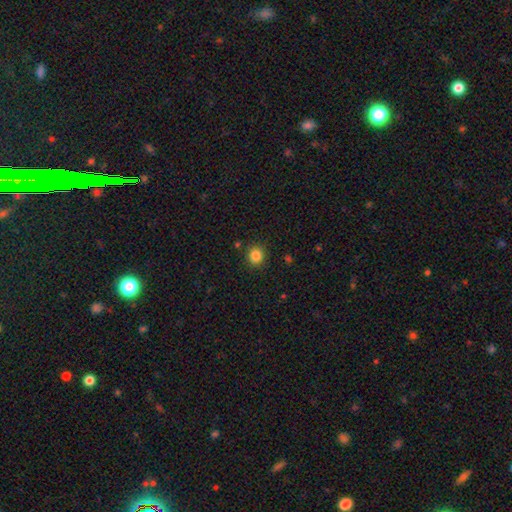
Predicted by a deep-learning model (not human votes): Smooth or featured?
  - smooth: 84% *
  - star or artifact: 12%
  - featured or disk: 4%
How rounded?
  - round: 89% *
  - in between: 10%
  - cigar-shaped: 1%
Merging?
  - none: 89% *
  - minor disturbance: 7%
  - major disturbance: 2%
  - merger: 2%